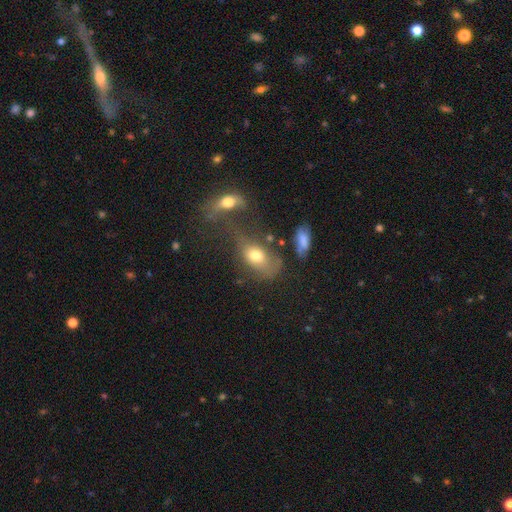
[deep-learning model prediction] Q: Smooth or featured?
A: smooth (67%); runner-up: featured or disk (22%)
Q: How rounded?
A: in between (82%); runner-up: round (16%)
Q: Merging?
A: none (30%); runner-up: merger (28%)